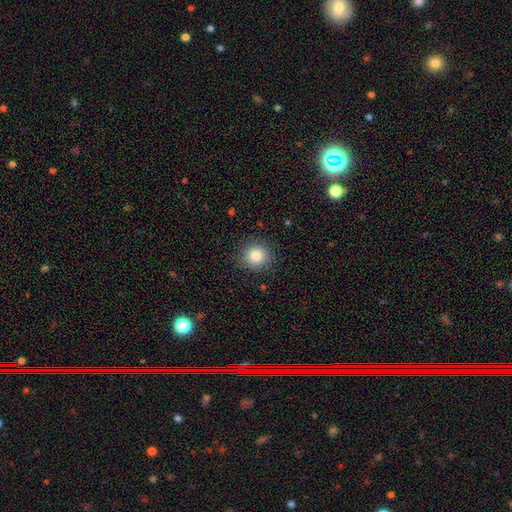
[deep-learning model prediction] Smooth or featured: smooth — 82% (star or artifact — 11%)
How rounded: round — 89% (in between — 10%)
Merging: none — 88% (minor disturbance — 9%)